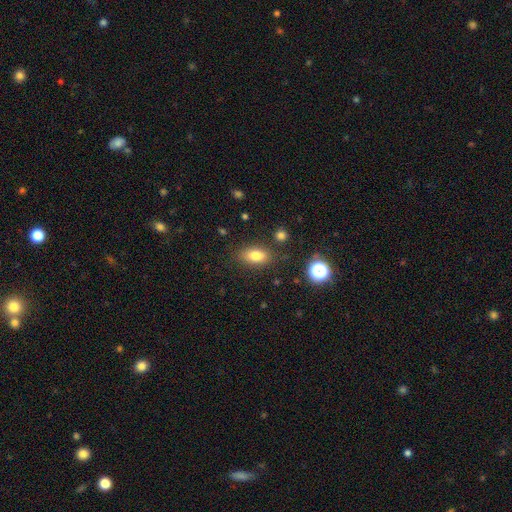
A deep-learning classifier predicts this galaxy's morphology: This is likely a smooth galaxy (80%). How rounded: clearly in between (84%). Merging: clearly none (82%).